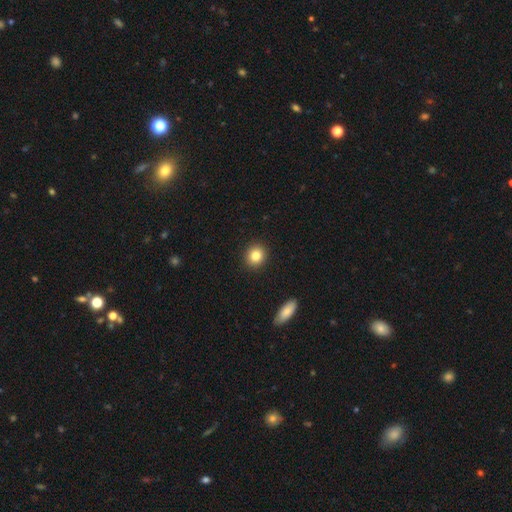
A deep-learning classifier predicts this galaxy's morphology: A smooth galaxy with no disk features (83%) that is round (81%). Merging: none (92%).